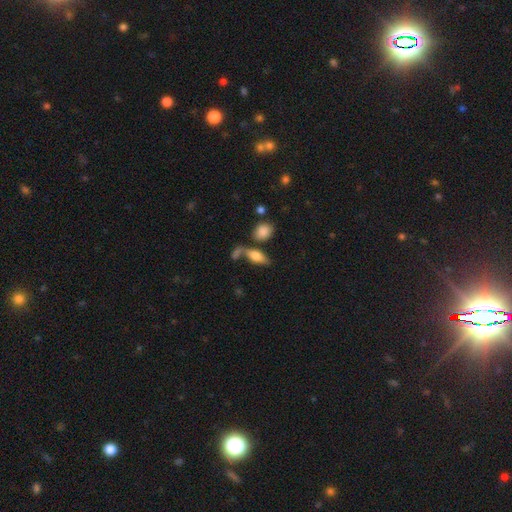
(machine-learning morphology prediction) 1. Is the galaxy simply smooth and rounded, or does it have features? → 70% smooth, 22% featured or disk, 9% star or artifact.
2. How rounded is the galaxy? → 72% in between, 23% cigar-shaped, 5% round.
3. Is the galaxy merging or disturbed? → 52% none, 24% merger, 16% minor disturbance, 9% major disturbance.